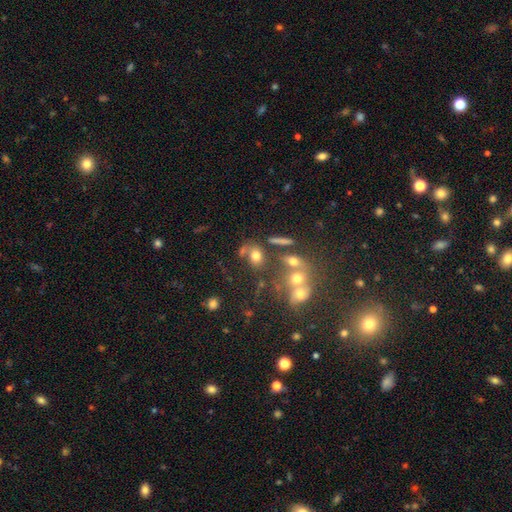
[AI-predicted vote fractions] Q: Smooth or featured?
A: smooth (69%); runner-up: featured or disk (15%)
Q: How rounded?
A: in between (55%); runner-up: round (42%)
Q: Merging?
A: none (51%); runner-up: merger (26%)